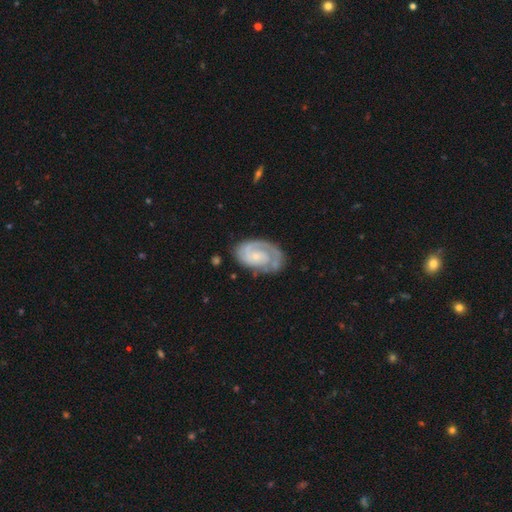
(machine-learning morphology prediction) The model was most divided on "spiral arm count": 2: 47%, 1: 32%, can't tell: 14%, 3: 4%, 4: 2%, more than 4: 2%. More confident: edge-on disk — no (97%); spiral arms — yes (93%); smooth or featured — featured or disk (79%); bulge size — small (71%); bar — no (69%); merging — none (65%); spiral winding — tight (59%).